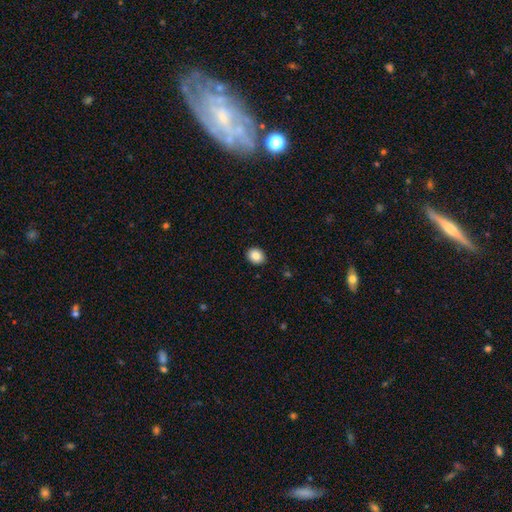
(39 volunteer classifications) smooth_or_featured: smooth (p=0.87) [alt: star or artifact p=0.10]
how_rounded: in between (p=0.71) [alt: round p=0.29]
merging: none (p=0.91) [alt: minor disturbance p=0.06]